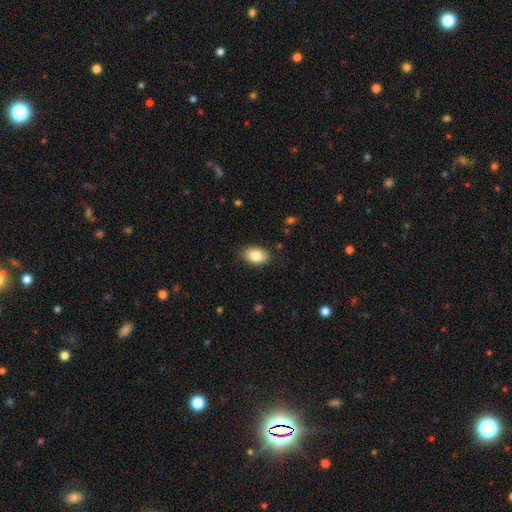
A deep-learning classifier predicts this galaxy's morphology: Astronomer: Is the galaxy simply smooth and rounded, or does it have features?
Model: smooth — 85%.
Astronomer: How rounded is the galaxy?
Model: in between — 89%.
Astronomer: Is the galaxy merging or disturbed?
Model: none — 85%.